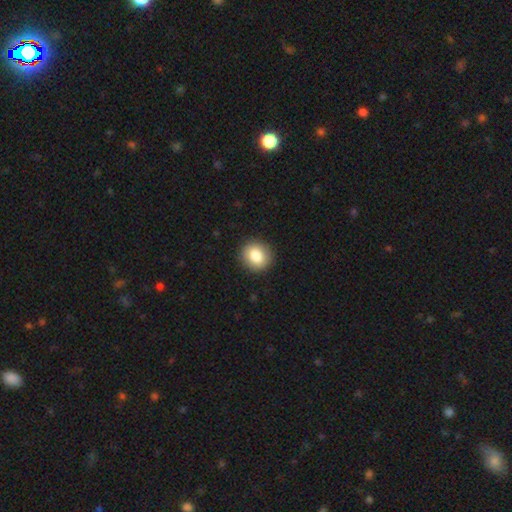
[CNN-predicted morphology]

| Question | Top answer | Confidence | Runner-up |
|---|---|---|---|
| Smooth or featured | smooth | 84% | star or artifact (8%) |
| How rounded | round | 83% | in between (16%) |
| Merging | none | 91% | minor disturbance (6%) |